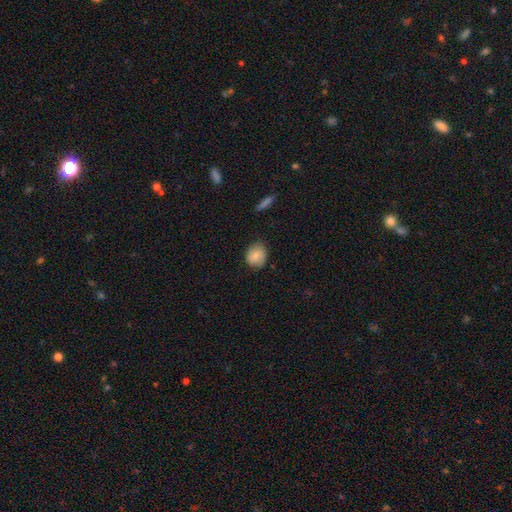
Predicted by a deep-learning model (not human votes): Smooth or featured?
  - smooth: 83% *
  - featured or disk: 10%
  - star or artifact: 8%
How rounded?
  - round: 68% *
  - in between: 31%
  - cigar-shaped: 1%
Merging?
  - none: 78% *
  - minor disturbance: 17%
  - major disturbance: 3%
  - merger: 1%